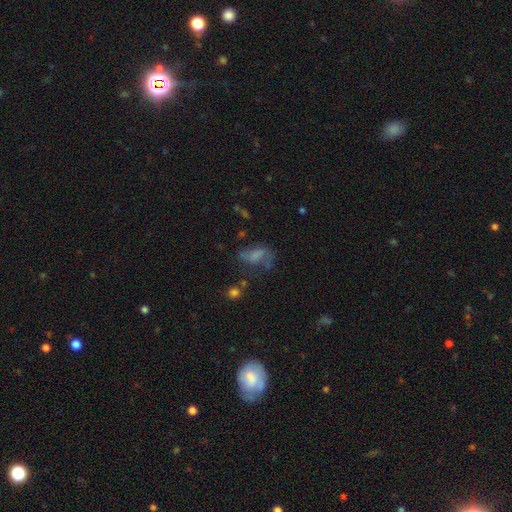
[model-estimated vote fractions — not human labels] Smooth or featured? Predicted: smooth (p=0.45). Merging? Predicted: none (p=0.37).